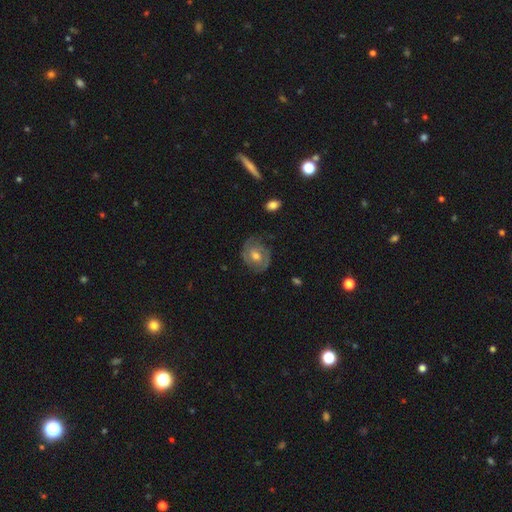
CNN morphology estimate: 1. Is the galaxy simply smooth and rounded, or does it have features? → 72% featured or disk, 21% smooth, 7% star or artifact.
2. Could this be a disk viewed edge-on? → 97% no, 3% yes.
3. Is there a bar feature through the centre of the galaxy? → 58% no, 34% weak, 8% strong.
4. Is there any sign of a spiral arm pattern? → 87% yes, 13% no.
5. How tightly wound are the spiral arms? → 55% tight, 35% medium, 10% loose.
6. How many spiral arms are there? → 77% 2, 14% can't tell, 3% 3, 3% 1, 2% 4, 1% more than 4.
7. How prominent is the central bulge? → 71% moderate, 17% small, 9% large, 2% none, 1% dominant.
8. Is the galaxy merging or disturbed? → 77% none, 16% minor disturbance, 6% major disturbance, 1% merger.